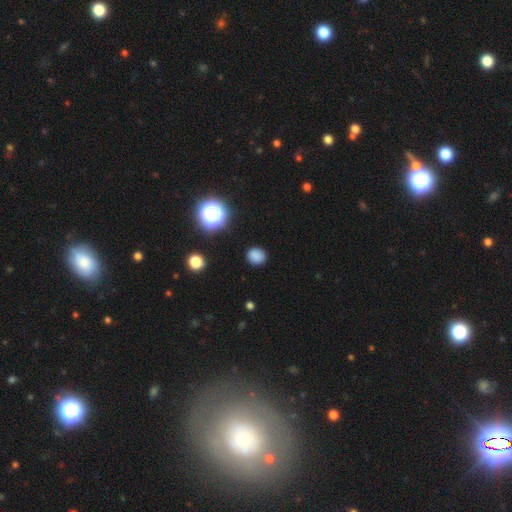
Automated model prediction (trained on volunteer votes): This is clearly a smooth galaxy (81%). How rounded: likely round (78%). Merging: clearly none (88%).